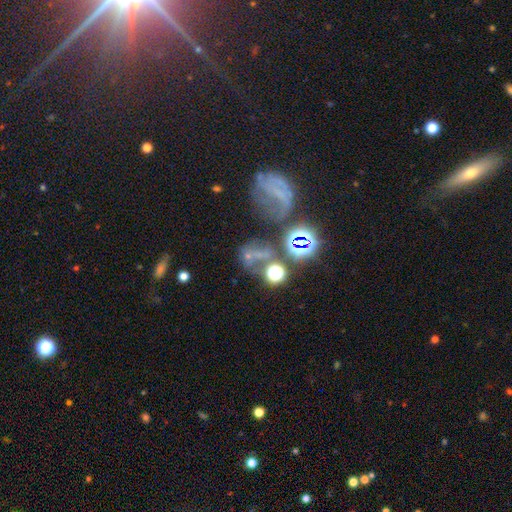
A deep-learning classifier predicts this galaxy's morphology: Smooth or featured? Predicted: star or artifact (p=0.52).